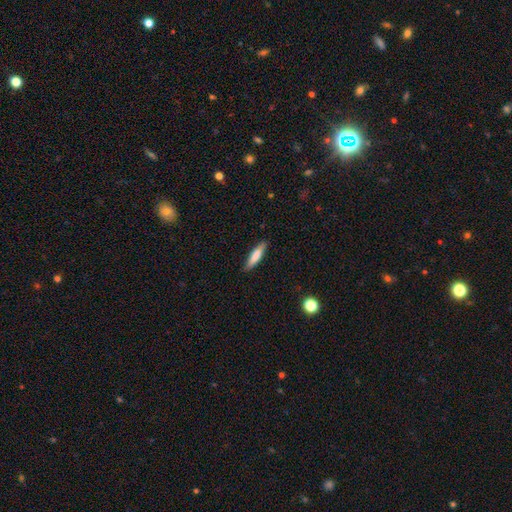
Smooth or featured?
  - smooth: 79% *
  - featured or disk: 18%
  - star or artifact: 3%
How rounded?
  - cigar-shaped: 83% *
  - in between: 17%
  - round: 0%
Merging?
  - none: 97% *
  - minor disturbance: 3%
  - major disturbance: 0%
  - merger: 0%